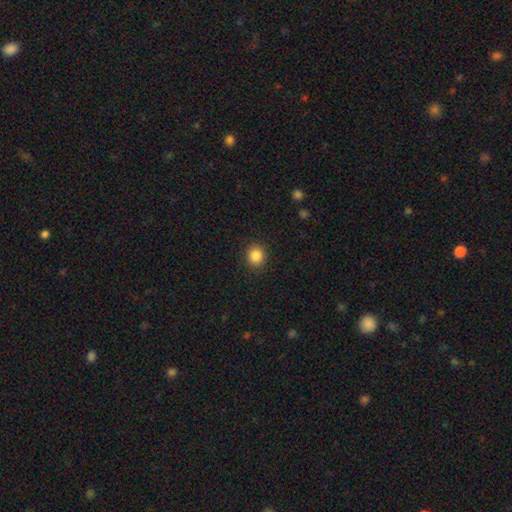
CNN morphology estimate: Q: Smooth or featured?
A: smooth (86%); runner-up: star or artifact (10%)
Q: How rounded?
A: round (84%); runner-up: in between (15%)
Q: Merging?
A: none (90%); runner-up: minor disturbance (6%)